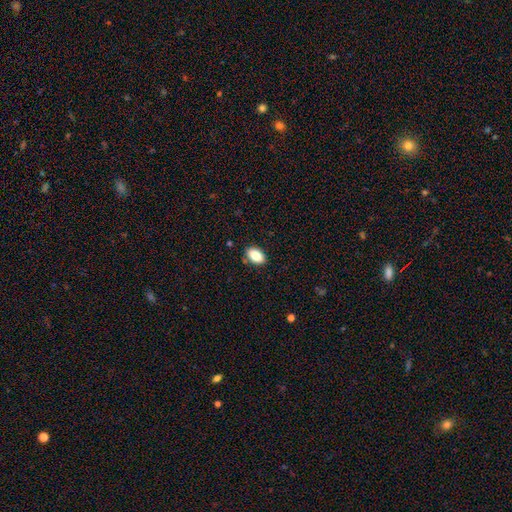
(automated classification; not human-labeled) A smooth galaxy with no disk features (85%) that is in between round and cigar-shaped (90%). Merging: none (87%).